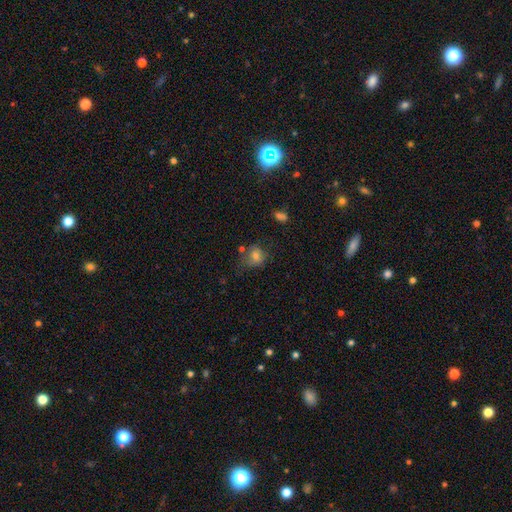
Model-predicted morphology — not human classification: This is likely a smooth galaxy (74%). How rounded: likely round (64%). Merging: possibly none (52%).